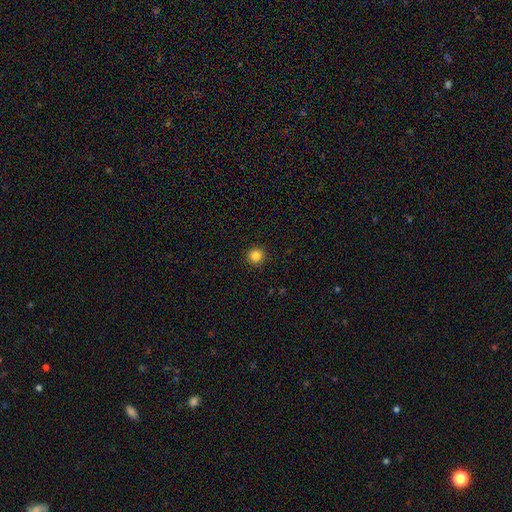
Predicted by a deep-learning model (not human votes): Smooth or featured? Predicted: smooth (p=0.85). How rounded? Predicted: round (p=0.95). Merging? Predicted: none (p=0.93).